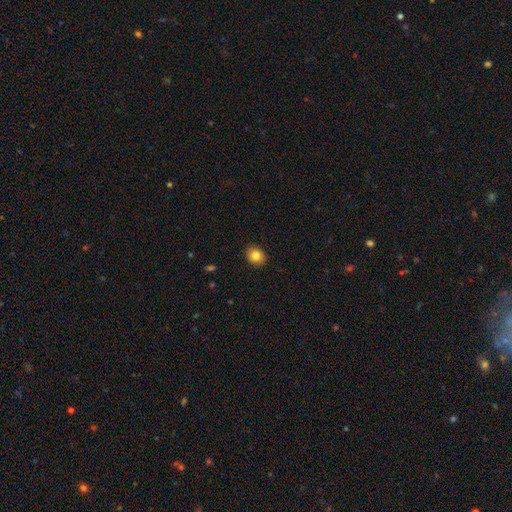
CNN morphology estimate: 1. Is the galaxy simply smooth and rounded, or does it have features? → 82% smooth, 10% star or artifact, 8% featured or disk.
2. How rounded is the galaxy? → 56% round, 43% in between, 1% cigar-shaped.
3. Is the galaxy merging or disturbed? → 90% none, 8% minor disturbance, 2% major disturbance, 1% merger.